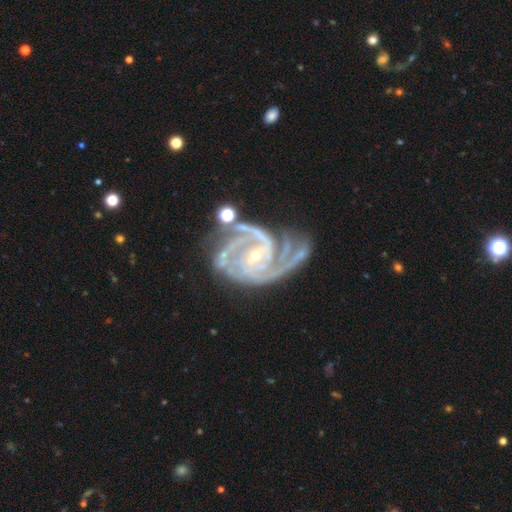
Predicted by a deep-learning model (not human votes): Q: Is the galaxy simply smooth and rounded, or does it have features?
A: featured or disk — 93%.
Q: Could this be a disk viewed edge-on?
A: no — 98%.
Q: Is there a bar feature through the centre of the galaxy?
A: no — 43%.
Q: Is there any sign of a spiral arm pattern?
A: yes — 99%.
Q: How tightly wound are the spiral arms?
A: tight — 49%.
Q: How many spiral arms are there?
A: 3 — 45%.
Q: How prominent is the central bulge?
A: small — 81%.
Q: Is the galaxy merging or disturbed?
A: none — 53%.